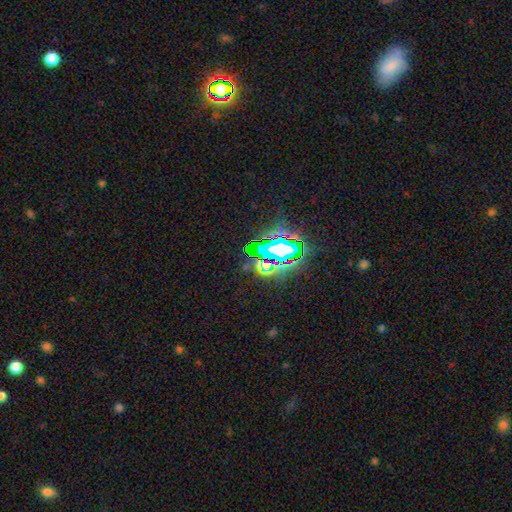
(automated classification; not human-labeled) star or artifact 79%, smooth 12%, featured or disk 9%.